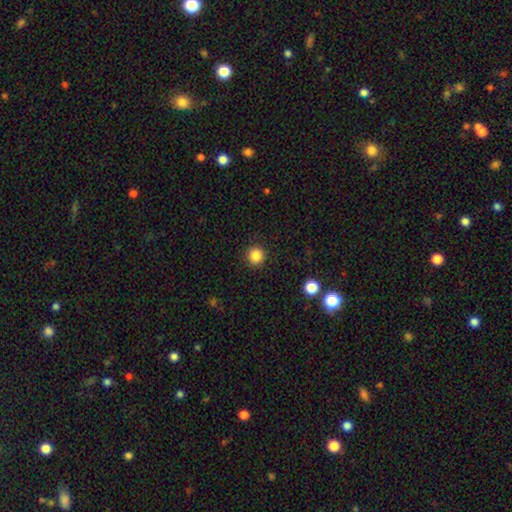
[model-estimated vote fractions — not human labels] Smooth or featured? smooth (86%)
How rounded? round (95%)
Merging? none (92%)